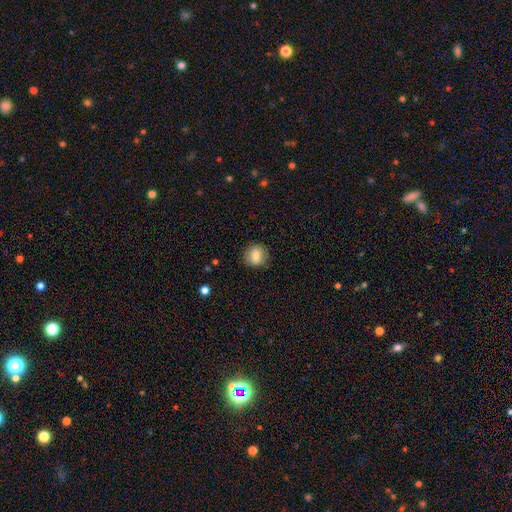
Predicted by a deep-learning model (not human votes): Morphology: type=smooth (83%); roundness=round (81%); merging=none (84%).